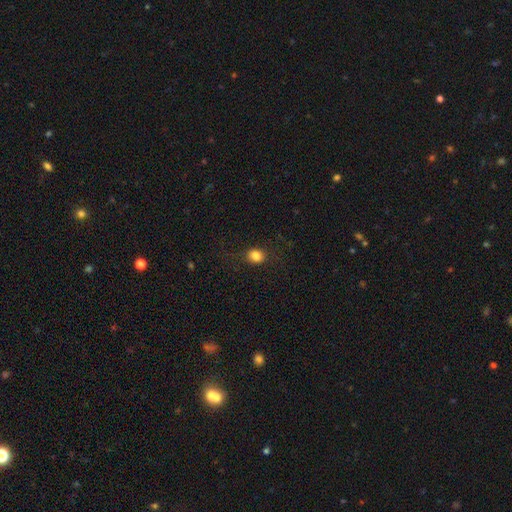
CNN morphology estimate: Smooth or featured? Predicted: smooth (p=0.83). How rounded? Predicted: round (p=0.58). Merging? Predicted: none (p=0.77).